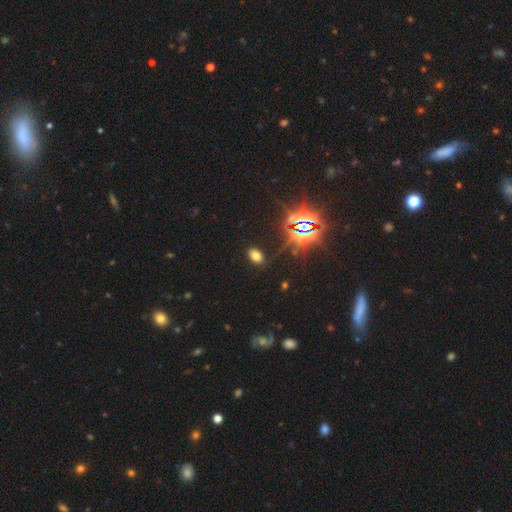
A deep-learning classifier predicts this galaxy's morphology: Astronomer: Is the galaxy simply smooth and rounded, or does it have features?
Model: smooth — 62%.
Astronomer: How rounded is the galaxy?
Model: in between — 88%.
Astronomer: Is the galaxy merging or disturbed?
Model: none — 86%.